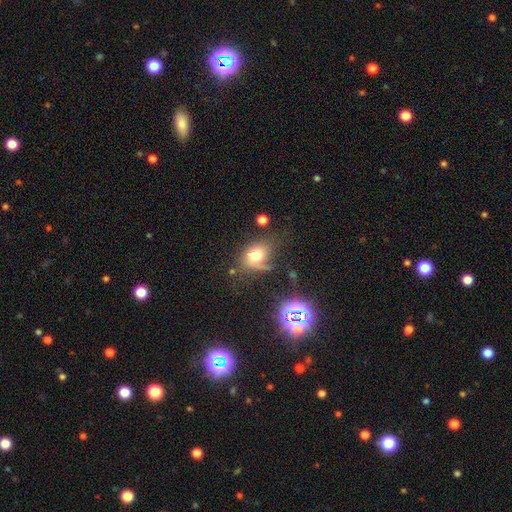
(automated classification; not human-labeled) Smooth or featured?
  - smooth: 66% *
  - featured or disk: 19%
  - star or artifact: 15%
How rounded?
  - in between: 60% *
  - round: 39%
  - cigar-shaped: 1%
Merging?
  - none: 48% *
  - minor disturbance: 26%
  - major disturbance: 19%
  - merger: 7%